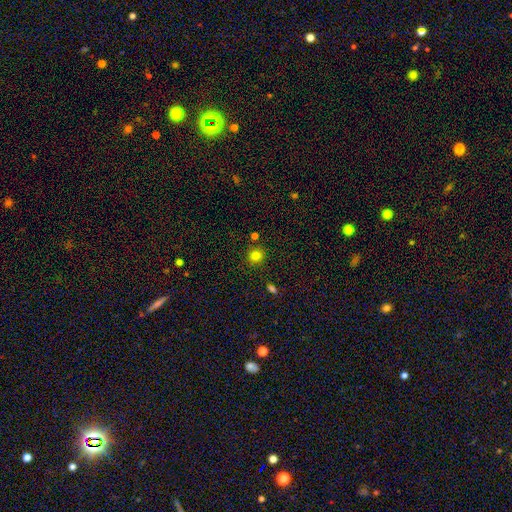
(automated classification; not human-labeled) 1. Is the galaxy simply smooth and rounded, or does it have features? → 81% smooth, 14% star or artifact, 5% featured or disk.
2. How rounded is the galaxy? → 90% round, 9% in between, 1% cigar-shaped.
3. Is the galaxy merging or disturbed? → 86% none, 7% minor disturbance, 4% merger, 2% major disturbance.